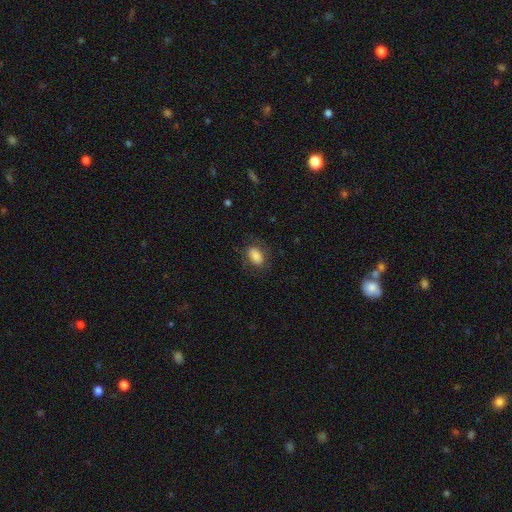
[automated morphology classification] smooth-or-featured: smooth: 81% | featured or disk: 11% | star or artifact: 8%
  how-rounded: in between: 85% | round: 13% | cigar-shaped: 2%
  merging: none: 74% | minor disturbance: 17% | major disturbance: 8% | merger: 1%